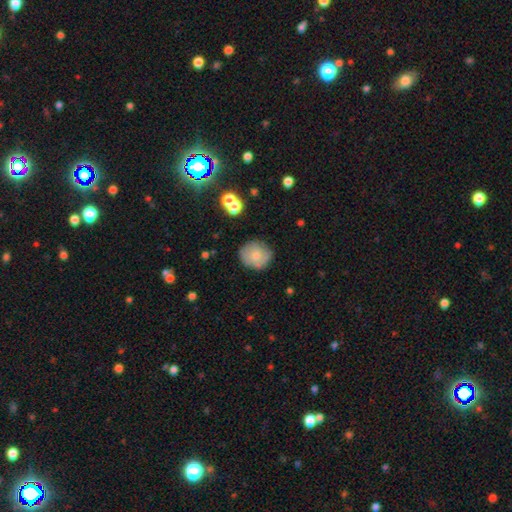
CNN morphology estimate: smooth_or_featured: smooth (p=0.74) [alt: featured or disk p=0.18]
how_rounded: round (p=0.85) [alt: in between p=0.14]
merging: none (p=0.79) [alt: minor disturbance p=0.15]